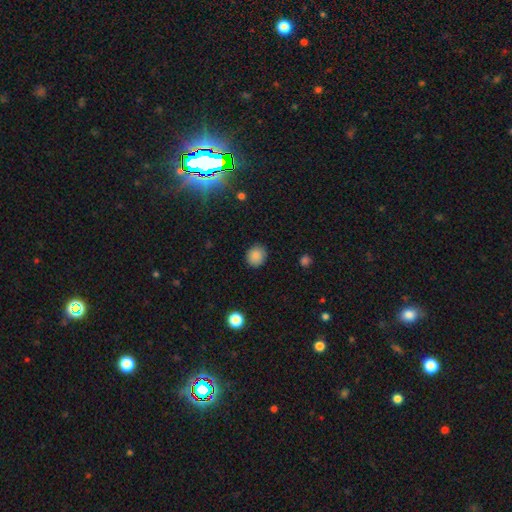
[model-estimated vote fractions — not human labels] smooth-or-featured: smooth: 85% | star or artifact: 10% | featured or disk: 5%
  how-rounded: round: 81% | in between: 18% | cigar-shaped: 1%
  merging: none: 87% | minor disturbance: 9% | major disturbance: 2% | merger: 1%